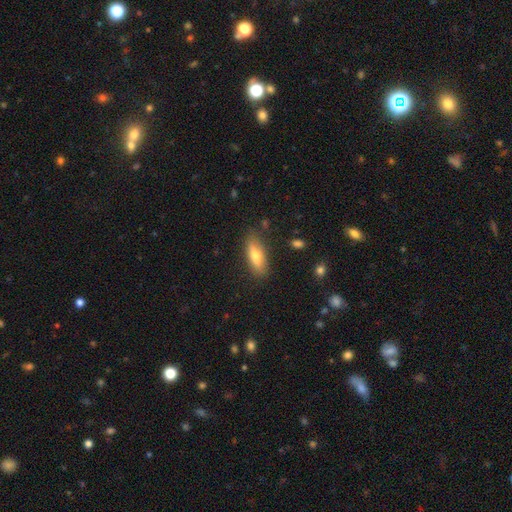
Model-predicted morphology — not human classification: This appears to be a smooth galaxy with no disk features (67%) that is in between round and cigar-shaped (59%). Merging: none (83%).